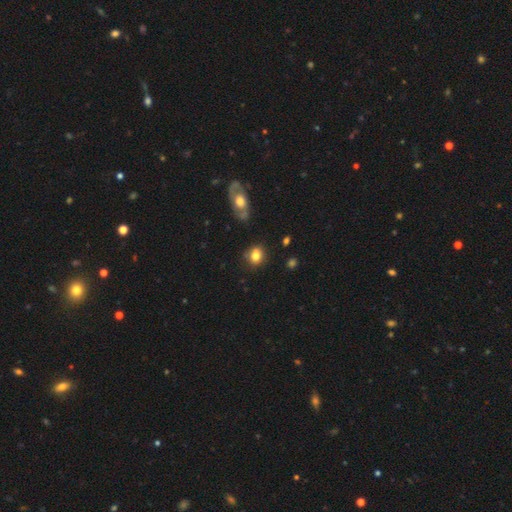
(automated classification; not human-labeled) Smooth or featured?
  - smooth: 80% *
  - featured or disk: 10%
  - star or artifact: 10%
How rounded?
  - round: 57% *
  - in between: 41%
  - cigar-shaped: 1%
Merging?
  - none: 79% *
  - minor disturbance: 14%
  - major disturbance: 3%
  - merger: 3%